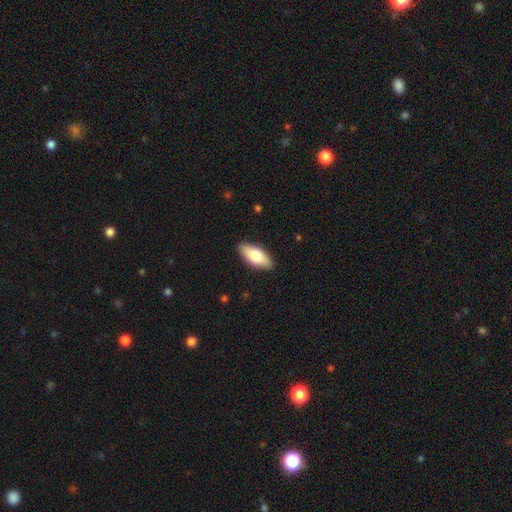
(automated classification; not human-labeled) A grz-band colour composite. It shows a smooth galaxy with no disk features (76%) that is in between round and cigar-shaped (84%). Merging: none (89%).